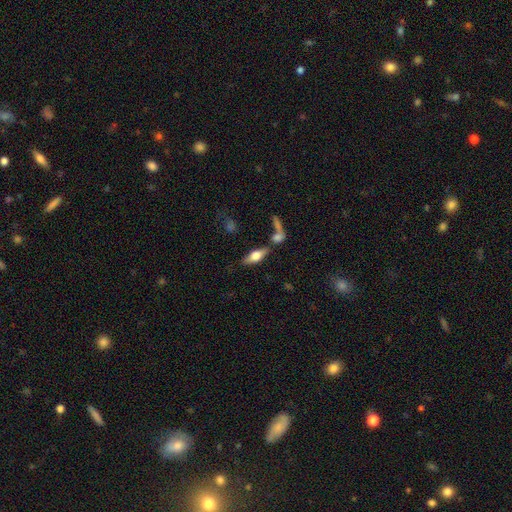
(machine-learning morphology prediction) This appears to be a smooth galaxy with no disk features (50%) that is in between round and cigar-shaped (61%). Merging: none (67%).